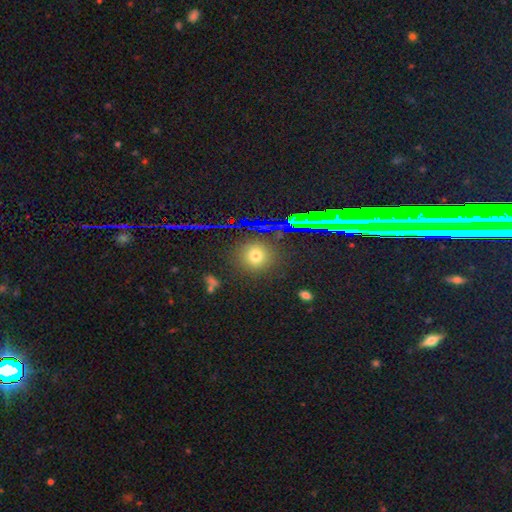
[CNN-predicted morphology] smooth_or_featured: smooth (p=0.67) [alt: star or artifact p=0.24]
how_rounded: round (p=0.86) [alt: in between p=0.13]
merging: none (p=0.85) [alt: minor disturbance p=0.08]